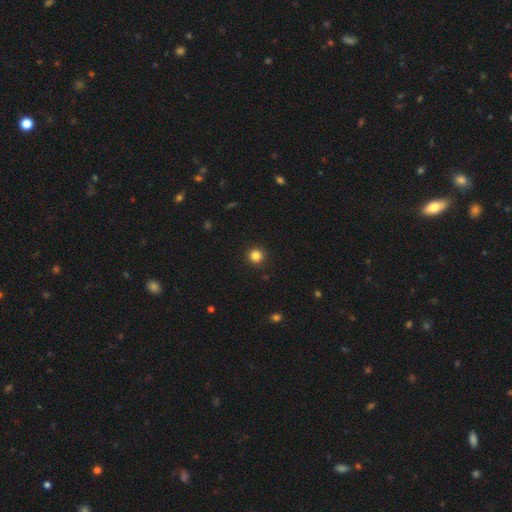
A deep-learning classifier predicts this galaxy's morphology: This appears to be a smooth galaxy with no disk features (84%) that is round (95%). Merging: none (93%).